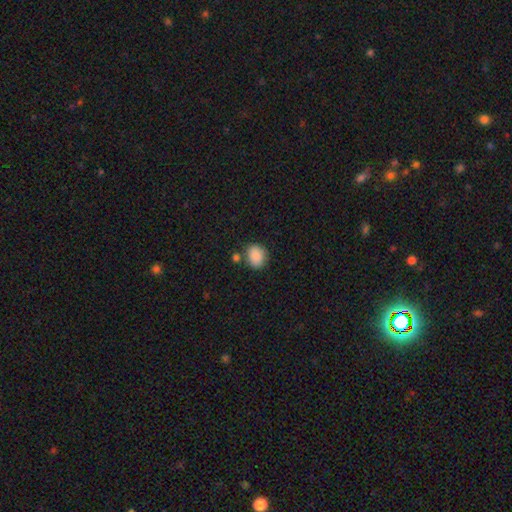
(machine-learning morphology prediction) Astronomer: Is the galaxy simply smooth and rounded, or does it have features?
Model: smooth — 88%.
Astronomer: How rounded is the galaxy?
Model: round — 55% (runner-up: in between, 44%).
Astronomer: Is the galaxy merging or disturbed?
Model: none — 73%.